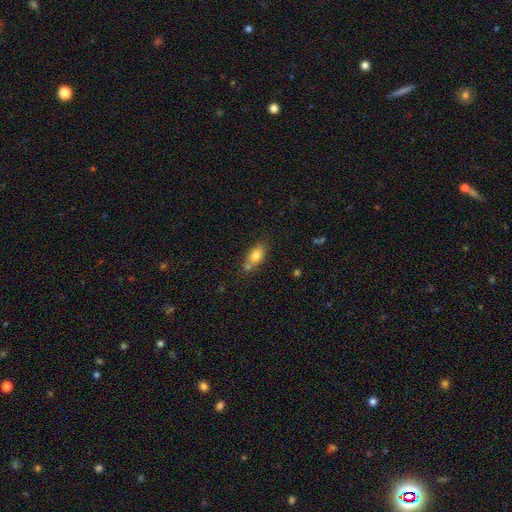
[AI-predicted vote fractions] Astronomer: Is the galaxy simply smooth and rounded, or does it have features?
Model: smooth — 78%.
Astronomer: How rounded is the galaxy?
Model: in between — 79%.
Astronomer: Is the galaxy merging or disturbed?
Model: none — 55%.